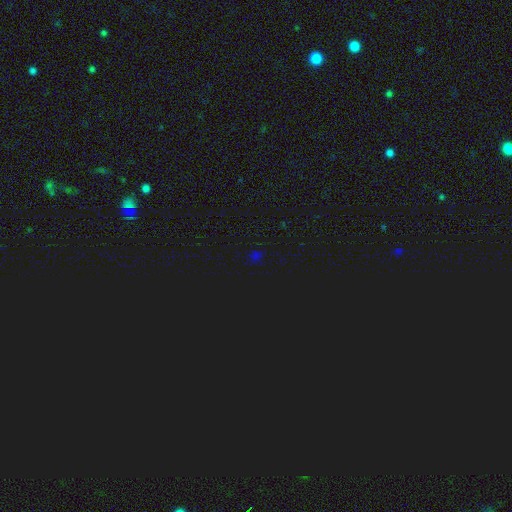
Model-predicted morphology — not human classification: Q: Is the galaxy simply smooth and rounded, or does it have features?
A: star or artifact — 64%.